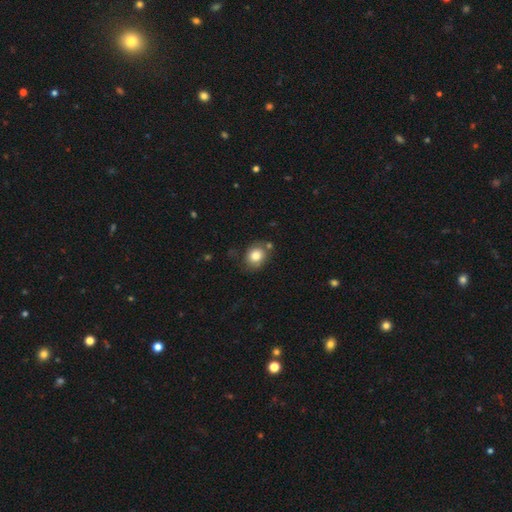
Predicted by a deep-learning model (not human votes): This is clearly a smooth galaxy (81%). How rounded: likely round (61%). Merging: likely none (71%).